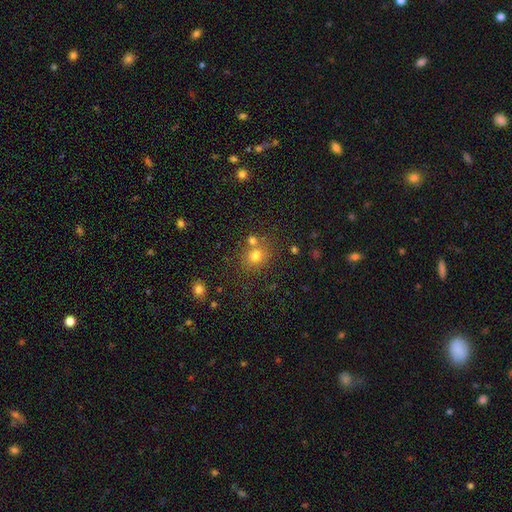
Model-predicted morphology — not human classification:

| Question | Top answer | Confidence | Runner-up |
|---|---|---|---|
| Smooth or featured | smooth | 74% | star or artifact (16%) |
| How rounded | round | 78% | in between (21%) |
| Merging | none | 65% | merger (20%) |